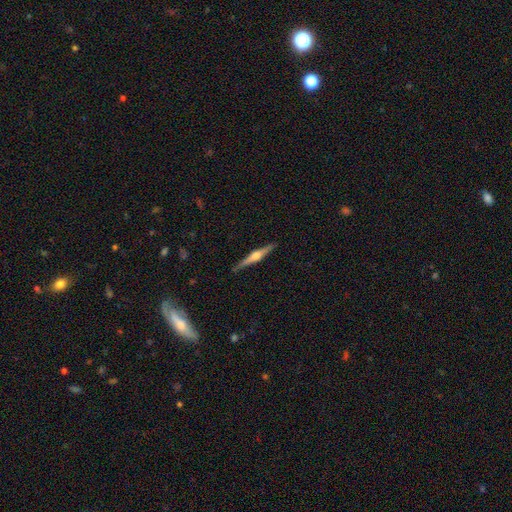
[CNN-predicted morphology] Overall: featured or disk (76%). Edge-on disk: yes (98%). Edge-on bulge: rounded (92%). Merging: none (90%).